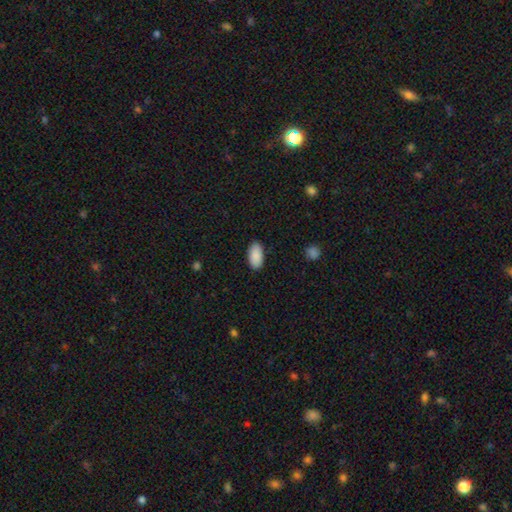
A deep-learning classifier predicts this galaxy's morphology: Smooth or featured? Predicted: smooth (p=0.90). How rounded? Predicted: in between (p=0.95). Merging? Predicted: none (p=0.88).